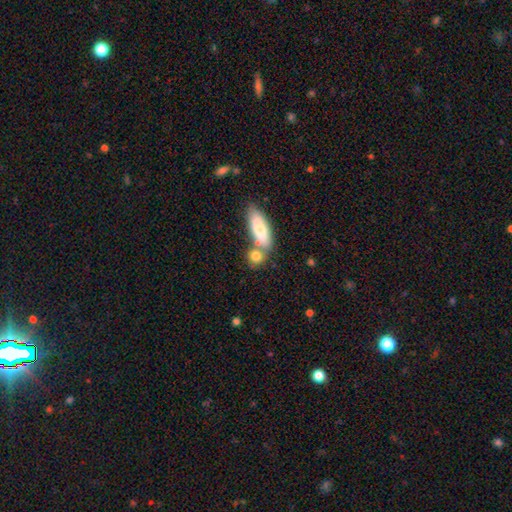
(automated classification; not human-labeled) Smooth or featured: smooth — 79% (featured or disk — 13%)
How rounded: round — 51% (in between — 38%)
Merging: none — 51% (merger — 33%)